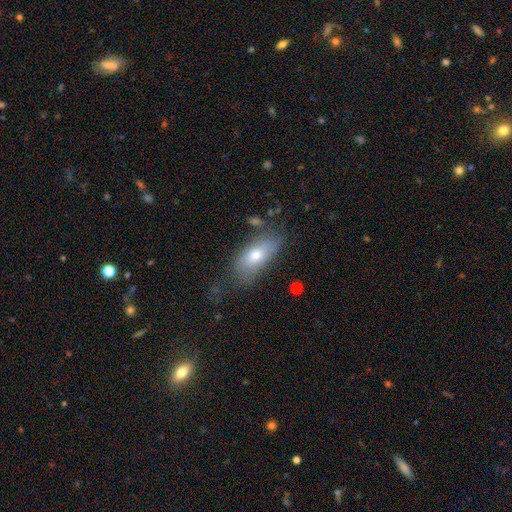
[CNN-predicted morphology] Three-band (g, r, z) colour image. It shows a smooth galaxy with no disk features (69%) that is in between round and cigar-shaped (85%). Merging: none (60%).